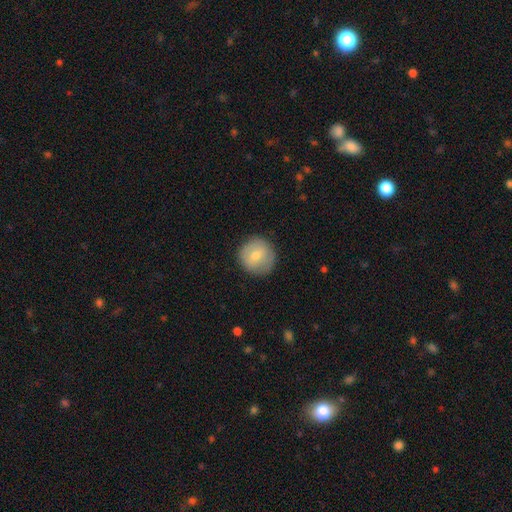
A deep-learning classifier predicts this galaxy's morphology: The model was most divided on "smooth or featured": smooth: 69%, featured or disk: 24%, star or artifact: 7%. More confident: how rounded — round (94%); merging — none (85%).